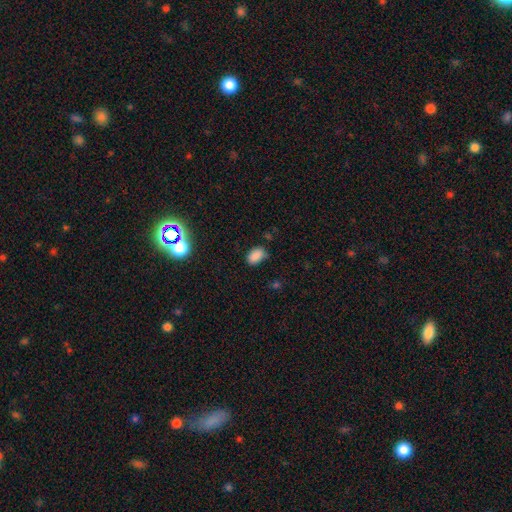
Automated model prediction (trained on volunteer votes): Morphology: type=smooth (85%); roundness=in between (87%); merging=none (72%).